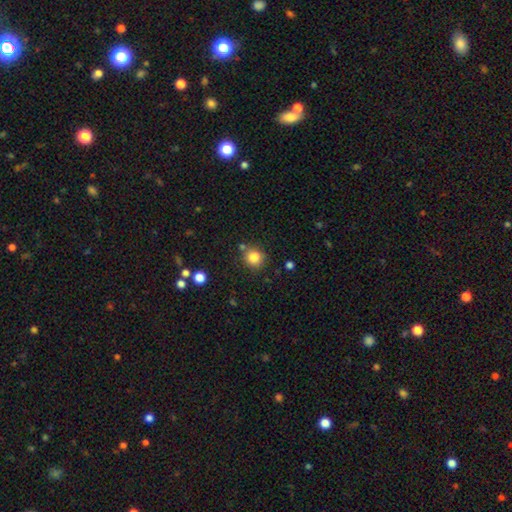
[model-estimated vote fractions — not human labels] This is clearly a smooth galaxy (84%). How rounded: clearly round (86%). Merging: likely none (77%).